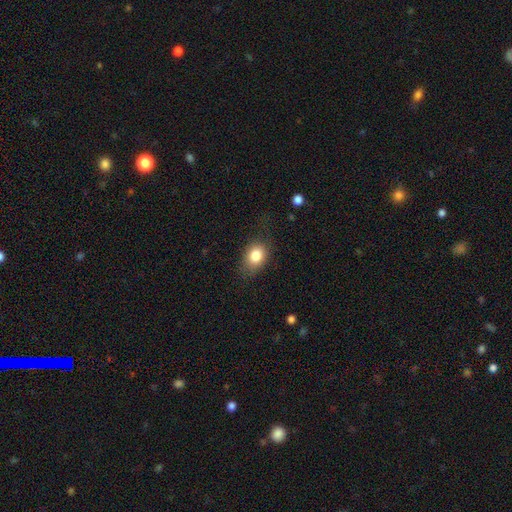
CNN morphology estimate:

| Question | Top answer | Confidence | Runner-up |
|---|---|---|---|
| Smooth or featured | smooth | 82% | star or artifact (9%) |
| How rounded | in between | 62% | round (36%) |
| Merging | none | 71% | minor disturbance (21%) |